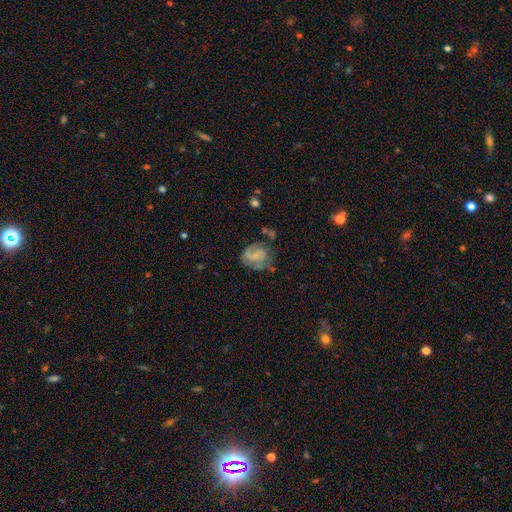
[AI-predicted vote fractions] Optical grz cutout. It shows a featured or disk galaxy (63%) with no bar (51%), 2 (50%) medium (42%) spiral arms (82%) and no central bulge (44%). Merging: none (45%).